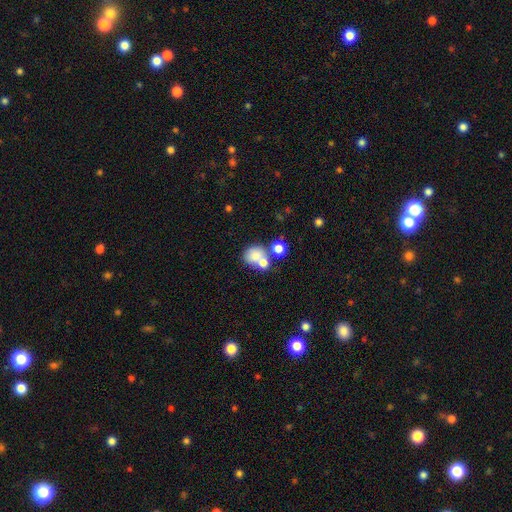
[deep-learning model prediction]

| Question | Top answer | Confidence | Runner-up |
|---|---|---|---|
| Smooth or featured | smooth | 74% | featured or disk (15%) |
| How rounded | round | 67% | in between (32%) |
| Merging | merger | 50% | none (35%) |